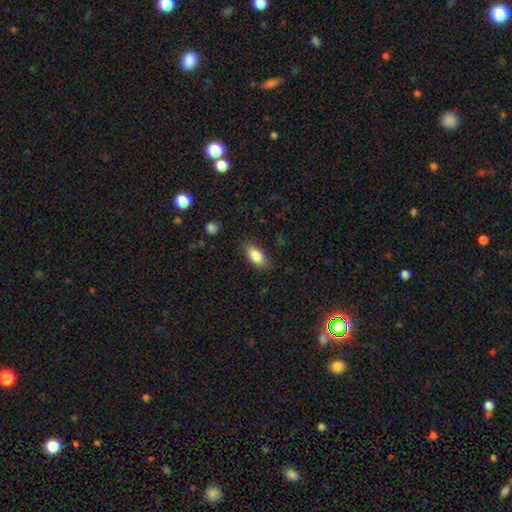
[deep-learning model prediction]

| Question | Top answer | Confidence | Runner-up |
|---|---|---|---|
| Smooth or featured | smooth | 84% | featured or disk (9%) |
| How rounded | in between | 89% | cigar-shaped (7%) |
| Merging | none | 84% | minor disturbance (12%) |